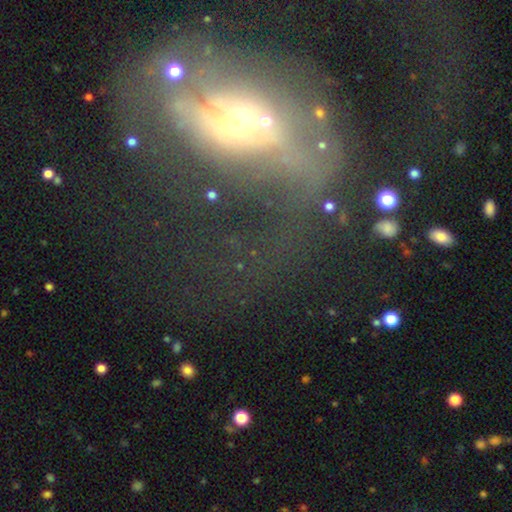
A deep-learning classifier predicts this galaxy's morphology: smooth-or-featured: featured or disk: 60% | smooth: 23% | star or artifact: 17%
  disk-edge-on: no: 90% | yes: 10%
    bar: no: 64% | weak: 22% | strong: 14%
    has-spiral-arms: no: 54% | yes: 46%
    bulge-size: moderate: 52% | small: 34% | large: 9% | dominant: 3% | none: 3%
  merging: major disturbance: 46% | none: 29% | minor disturbance: 14% | merger: 10%